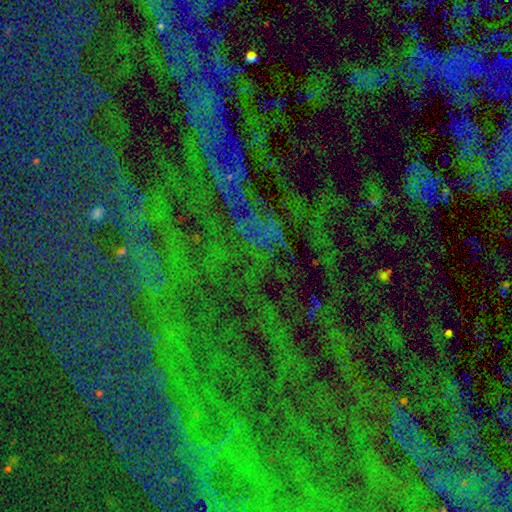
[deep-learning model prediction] smooth_or_featured: star or artifact (p=0.79) [alt: smooth p=0.12]